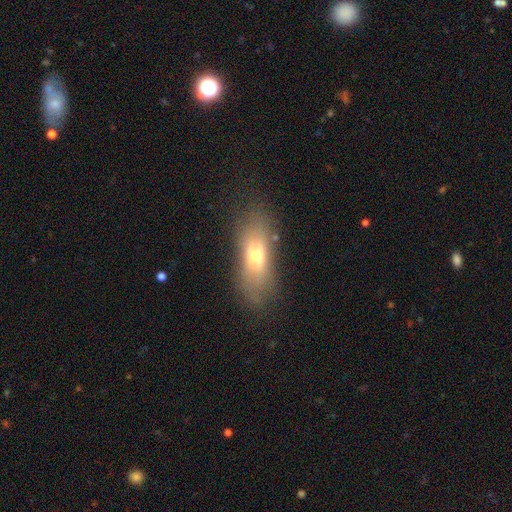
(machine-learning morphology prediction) smooth 60%, featured or disk 31%, star or artifact 10%. Down the decision tree: how rounded — in between (61%); merging — none (69%).